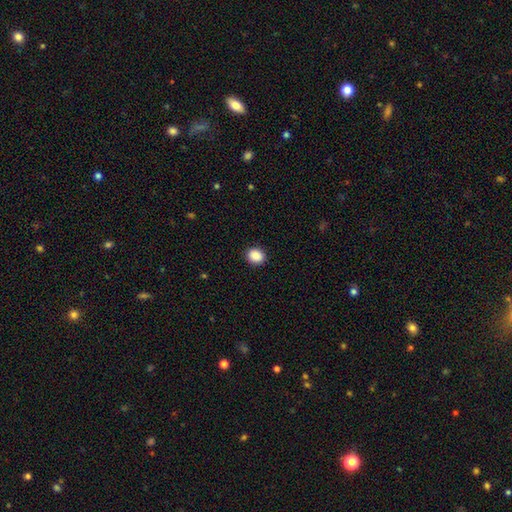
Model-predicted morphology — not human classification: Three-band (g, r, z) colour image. It shows a smooth galaxy with no disk features (89%) that is round (67%). Merging: none (91%).